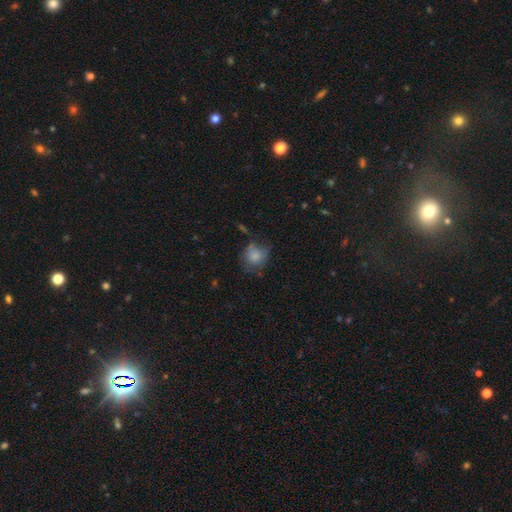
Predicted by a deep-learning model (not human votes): Q: Smooth or featured?
A: smooth (73%); runner-up: featured or disk (17%)
Q: How rounded?
A: round (71%); runner-up: in between (28%)
Q: Merging?
A: none (46%); runner-up: minor disturbance (31%)